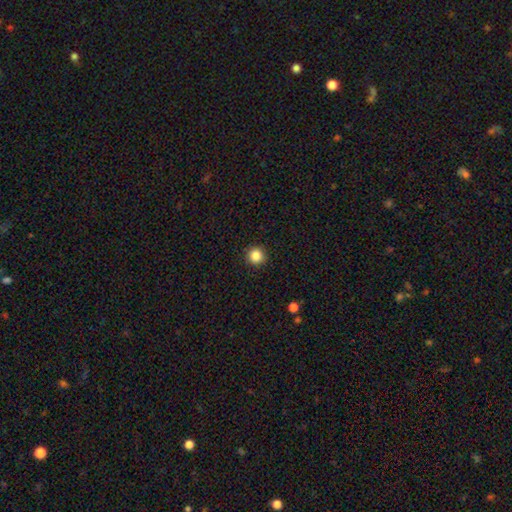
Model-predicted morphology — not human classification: Overall: smooth (85%). How rounded: round (95%). Merging: none (93%).